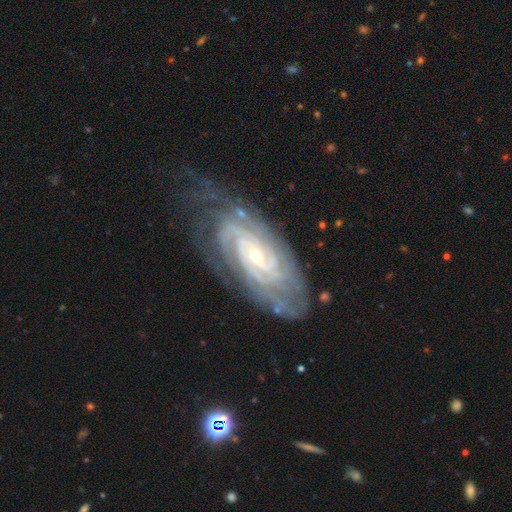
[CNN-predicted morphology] Overall: featured or disk (89%). Edge-on disk: no (95%). Bar: no (59%; weak 30%). Spiral arms: yes (98%). Spiral arm count: can't tell (27%; 2 25%). Spiral winding: tight (78%). Bulge size: small (75%). Merging: none (64%).